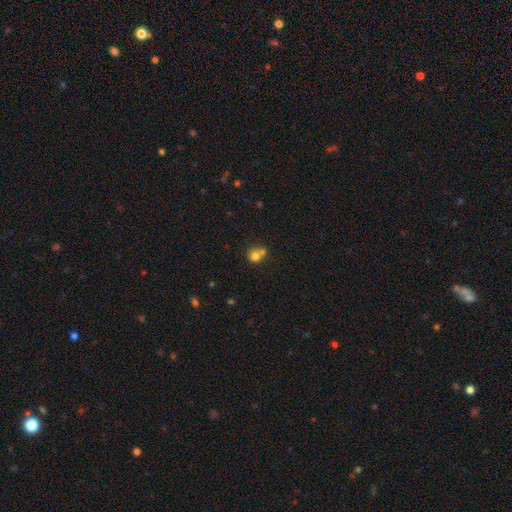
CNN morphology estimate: Smooth or featured? smooth (76%)
How rounded? round (83%)
Merging? merger (49%)